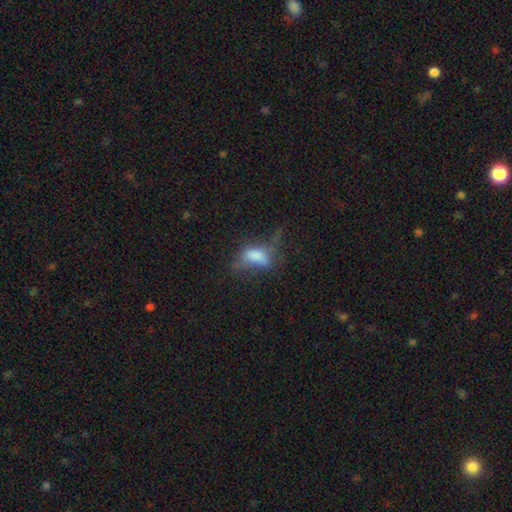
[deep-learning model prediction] Smooth or featured? smooth (60%)
How rounded? in between (84%)
Merging? major disturbance (45%)